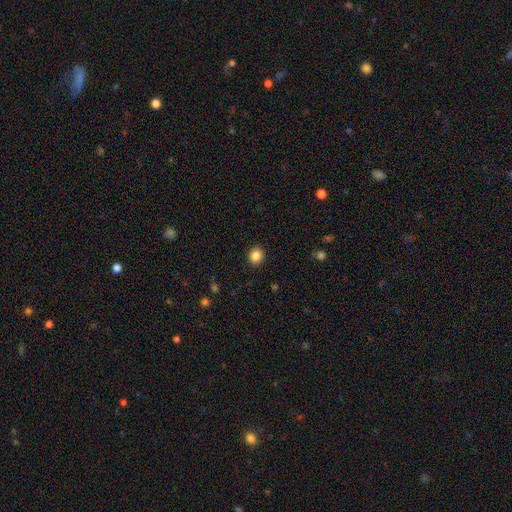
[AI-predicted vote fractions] This appears to be a smooth galaxy with no disk features (86%) that is round (77%). Merging: none (92%).